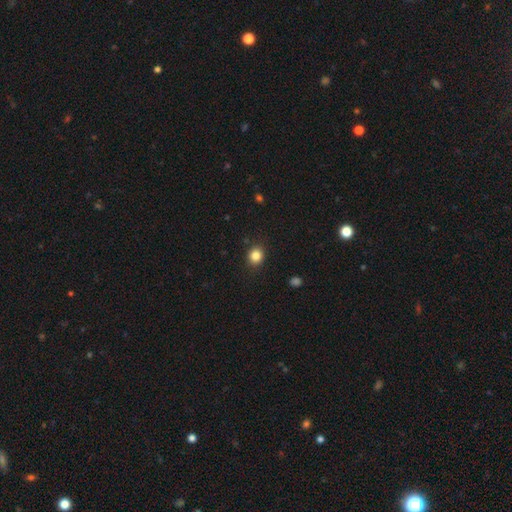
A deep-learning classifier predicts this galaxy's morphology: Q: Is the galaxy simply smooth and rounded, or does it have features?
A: smooth — 84%.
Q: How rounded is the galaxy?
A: round — 78%.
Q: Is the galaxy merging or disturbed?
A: none — 89%.